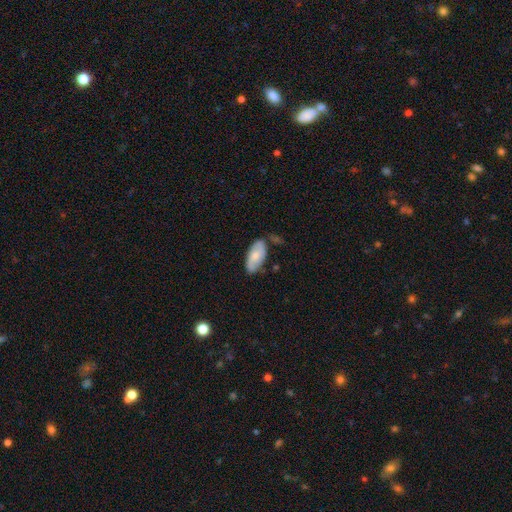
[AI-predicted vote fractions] This appears to be a smooth galaxy with no disk features (58%) that is in between round and cigar-shaped (92%). Merging: none (65%).